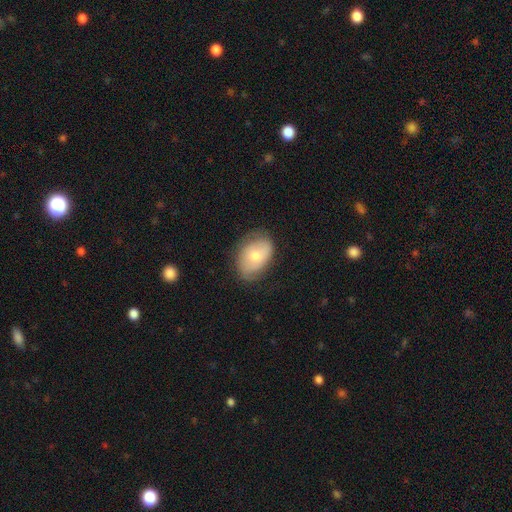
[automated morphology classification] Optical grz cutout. It shows a smooth galaxy with no disk features (60%) that is in between round and cigar-shaped (82%). Merging: none (67%).